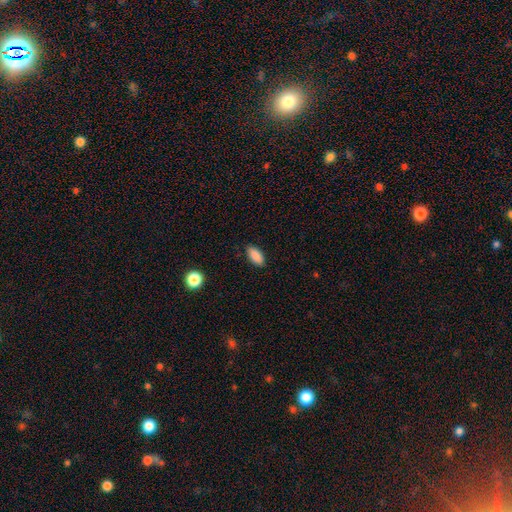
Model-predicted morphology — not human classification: Overall: smooth (88%). How rounded: in between (90%). Merging: none (87%).